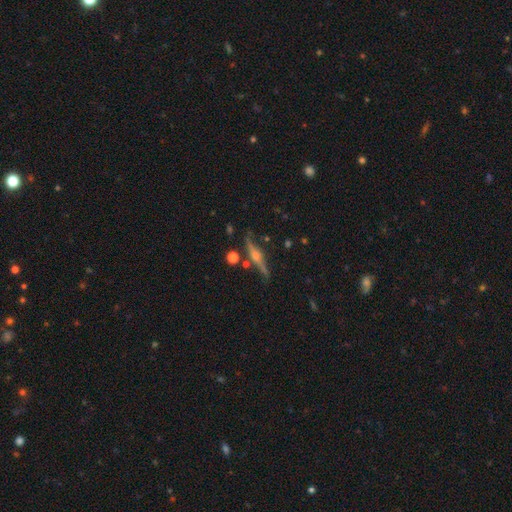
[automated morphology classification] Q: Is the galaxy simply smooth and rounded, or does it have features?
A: featured or disk — 81%.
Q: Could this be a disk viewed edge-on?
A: yes — 93%.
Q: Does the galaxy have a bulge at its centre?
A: rounded — 89%.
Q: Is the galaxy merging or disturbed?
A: none — 78%.